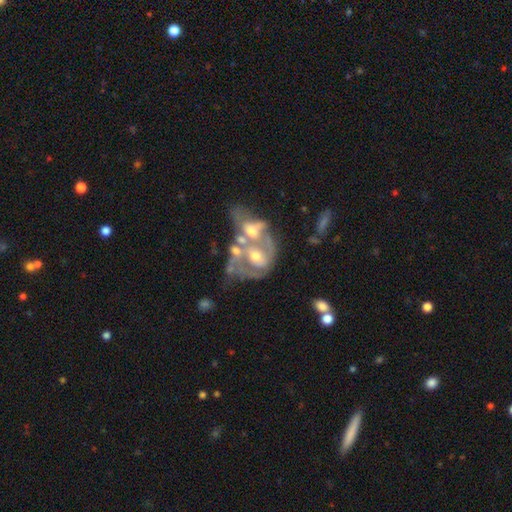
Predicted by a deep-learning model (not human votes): Smooth or featured? featured or disk (74%)
Edge-on disk? no (97%)
Bar? no (73%)
Spiral arms? no (52%)
Bulge size? moderate (62%)
Merging? merger (62%)